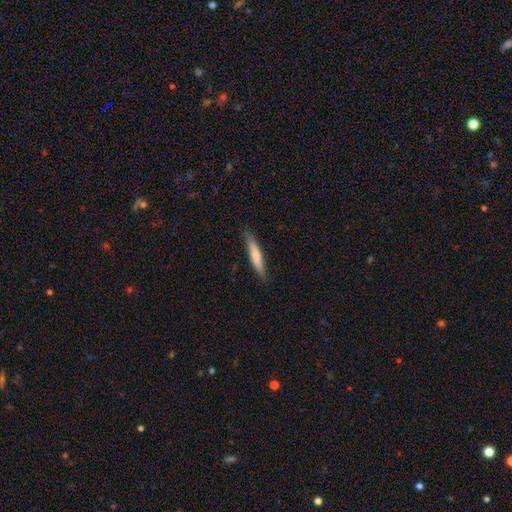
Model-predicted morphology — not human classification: smooth 69%, featured or disk 26%, star or artifact 5%. Down the decision tree: how rounded — cigar-shaped (91%); merging — none (86%).